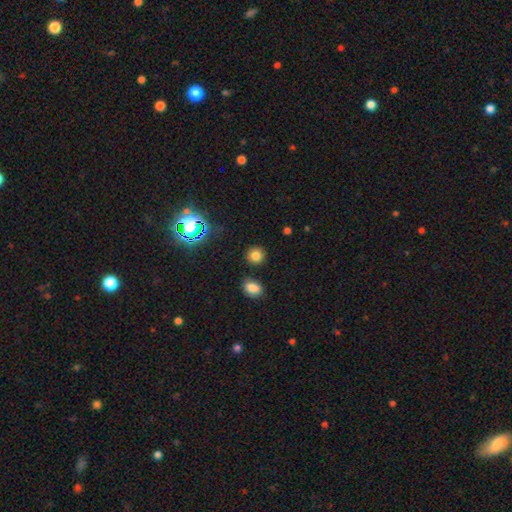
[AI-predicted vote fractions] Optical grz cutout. It shows a smooth galaxy with no disk features (78%) that is round (87%). Merging: none (86%).